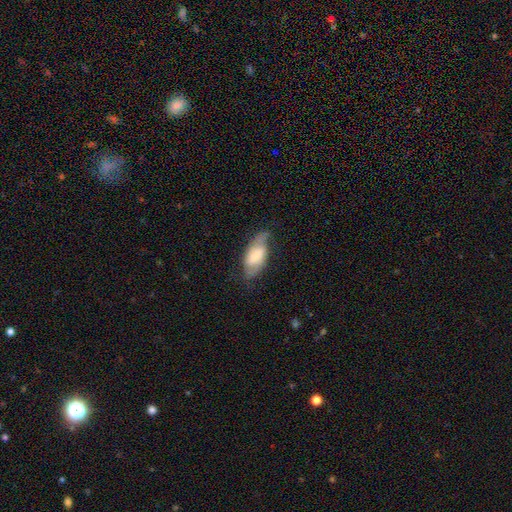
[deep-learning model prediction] The model was most divided on "bulge size": small: 32%, moderate: 30%, none: 19%, large: 16%, dominant: 3%. Remaining: edge-on disk — no (92%); spiral arms — yes (86%); merging — none (59%); smooth or featured — featured or disk (58%); bar — weak (44%).